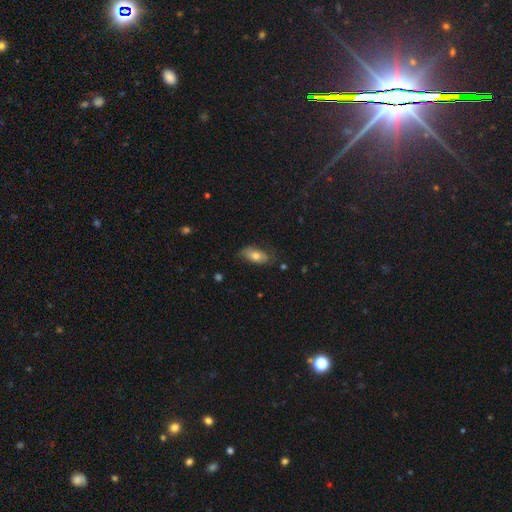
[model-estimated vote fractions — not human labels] Morphology: type=smooth (72%); roundness=in between (87%); merging=none (71%).